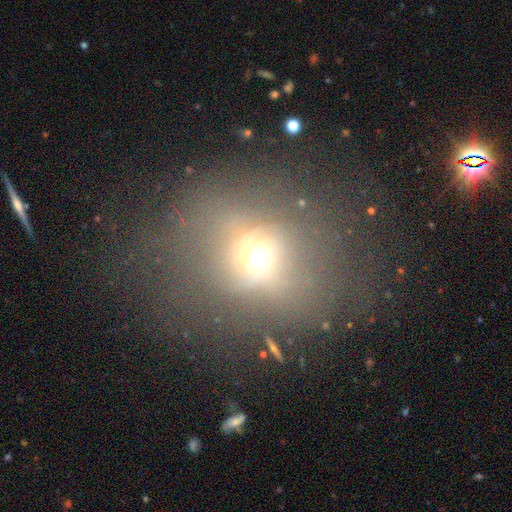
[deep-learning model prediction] smooth_or_featured: smooth (p=0.49) [alt: featured or disk p=0.27]
merging: none (p=0.56) [alt: major disturbance p=0.22]